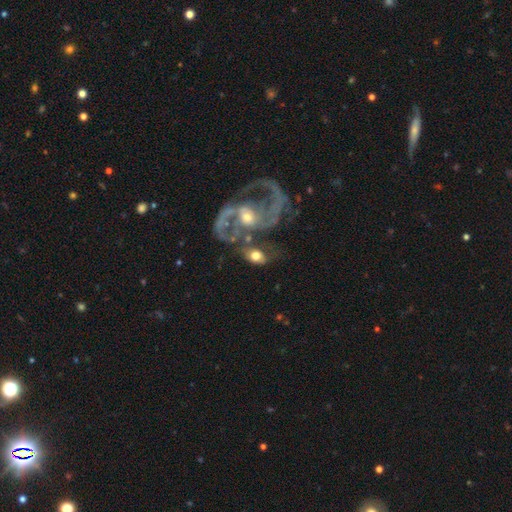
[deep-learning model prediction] Overall: featured or disk (50%; smooth 42%). Edge-on disk: no (95%). Merging: merger (38%; none 31%).